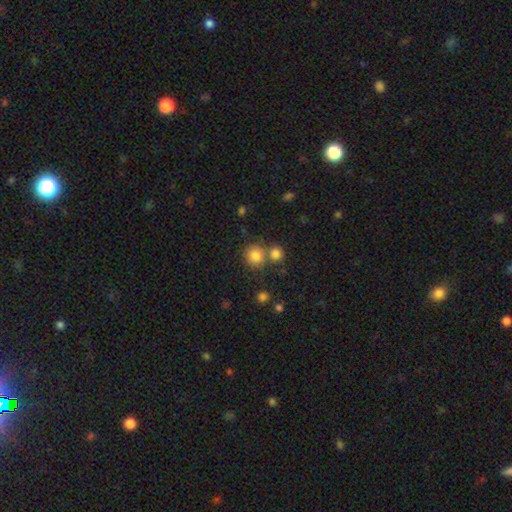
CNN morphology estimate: Q: Smooth or featured?
A: smooth (81%); runner-up: star or artifact (13%)
Q: How rounded?
A: round (90%); runner-up: in between (9%)
Q: Merging?
A: none (66%); runner-up: merger (23%)